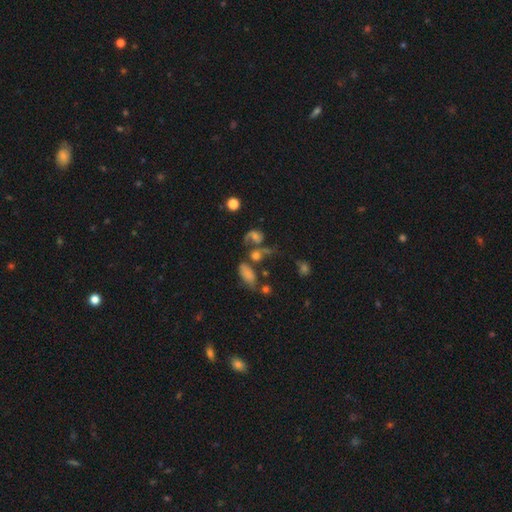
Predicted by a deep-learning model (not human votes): Smooth or featured: smooth — 36% (star or artifact — 32%)
Merging: none — 37% (merger — 33%)